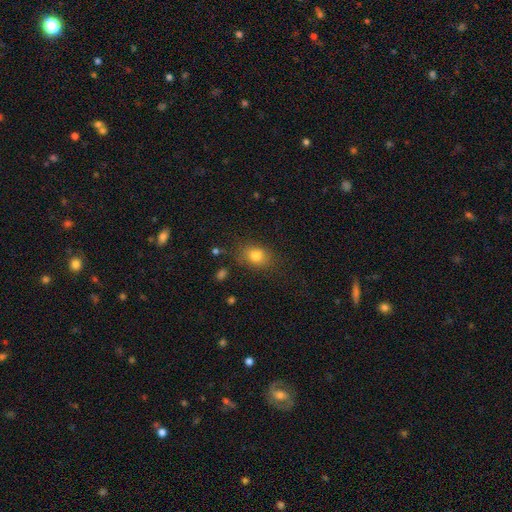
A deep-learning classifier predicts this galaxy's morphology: smooth-or-featured: smooth: 80% | star or artifact: 11% | featured or disk: 9%
  how-rounded: in between: 64% | round: 35% | cigar-shaped: 2%
  merging: none: 77% | minor disturbance: 16% | major disturbance: 5% | merger: 2%